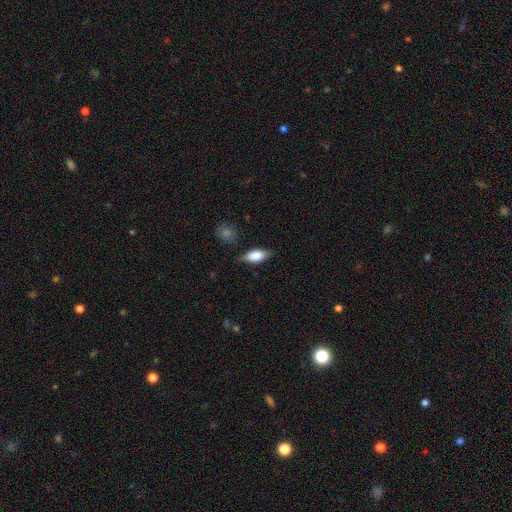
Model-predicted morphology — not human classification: Q: Smooth or featured?
A: smooth (77%); runner-up: featured or disk (16%)
Q: How rounded?
A: in between (81%); runner-up: cigar-shaped (15%)
Q: Merging?
A: none (78%); runner-up: minor disturbance (17%)